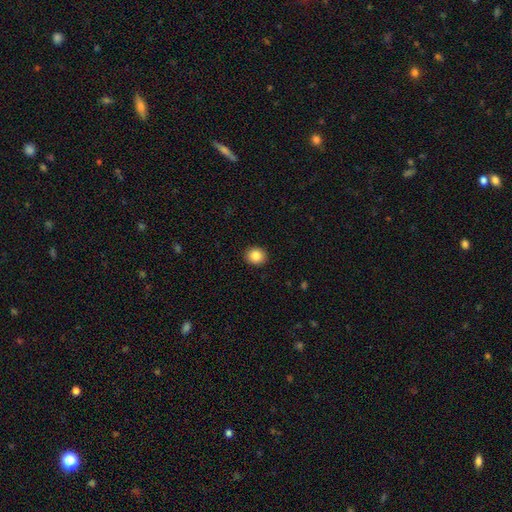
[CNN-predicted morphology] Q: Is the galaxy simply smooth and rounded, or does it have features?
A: smooth — 85%.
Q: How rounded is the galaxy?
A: round — 78%.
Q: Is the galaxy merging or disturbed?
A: none — 92%.